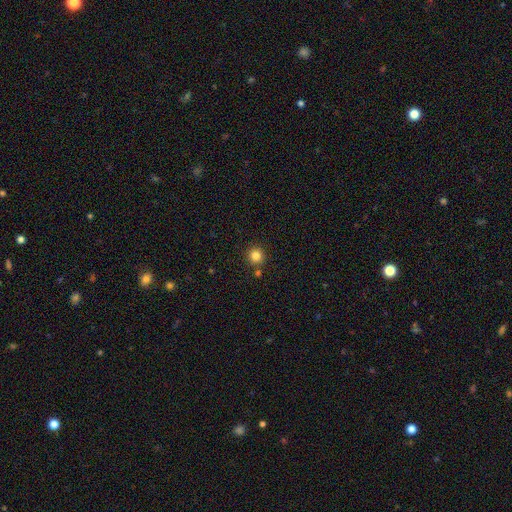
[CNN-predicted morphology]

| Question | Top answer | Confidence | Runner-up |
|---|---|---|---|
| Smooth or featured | smooth | 83% | star or artifact (12%) |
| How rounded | round | 94% | in between (5%) |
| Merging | none | 85% | merger (7%) |